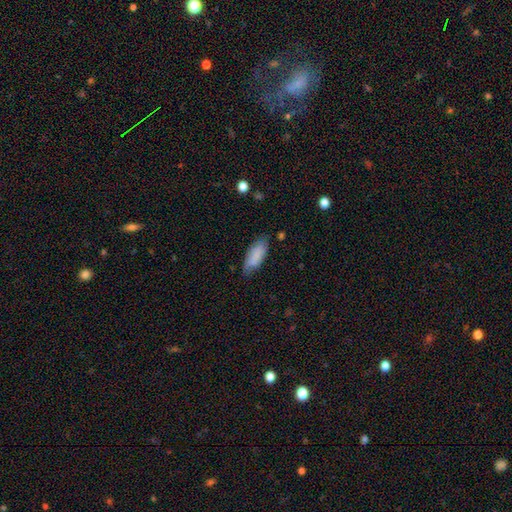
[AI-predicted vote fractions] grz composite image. It shows a smooth galaxy with no disk features (82%) that is in between round and cigar-shaped (77%). Merging: none (70%).